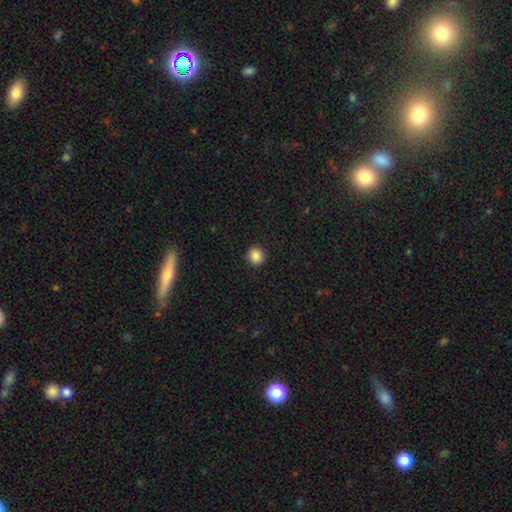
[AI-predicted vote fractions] smooth_or_featured: smooth (p=0.87) [alt: star or artifact p=0.10]
how_rounded: round (p=0.90) [alt: in between p=0.09]
merging: none (p=0.92) [alt: minor disturbance p=0.05]